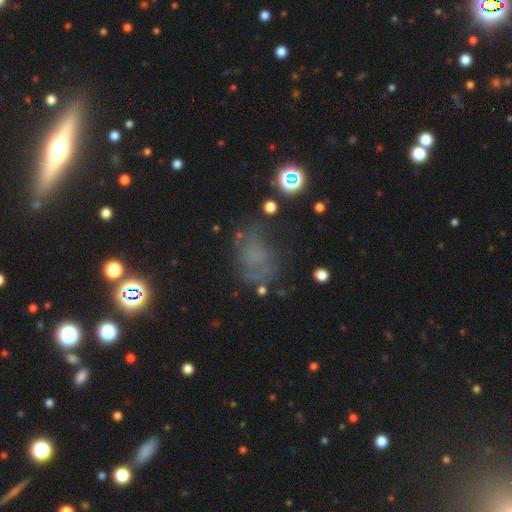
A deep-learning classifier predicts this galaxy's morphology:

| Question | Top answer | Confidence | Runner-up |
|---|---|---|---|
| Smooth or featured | smooth | 37% | featured or disk (35%) |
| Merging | none | 51% | minor disturbance (23%) |